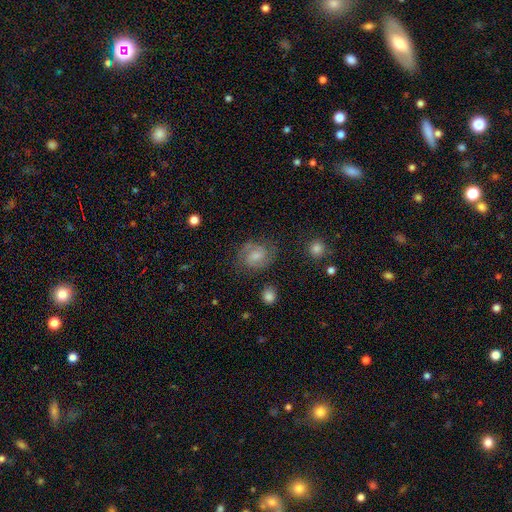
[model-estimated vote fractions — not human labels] Smooth or featured? Predicted: smooth (p=0.46). Merging? Predicted: none (p=0.67).